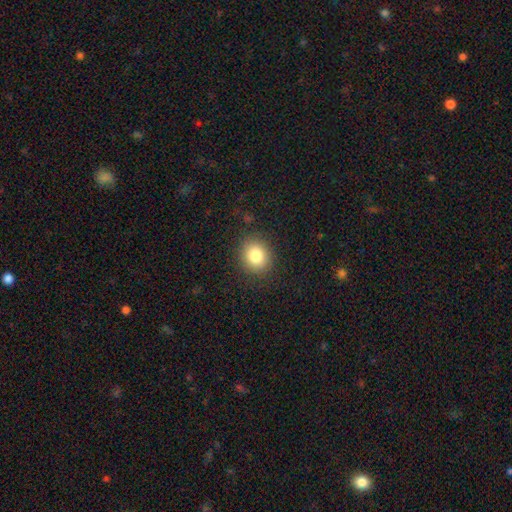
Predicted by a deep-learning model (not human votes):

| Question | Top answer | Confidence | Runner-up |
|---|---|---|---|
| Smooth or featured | smooth | 82% | star or artifact (10%) |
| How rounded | round | 73% | in between (26%) |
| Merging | none | 88% | minor disturbance (8%) |